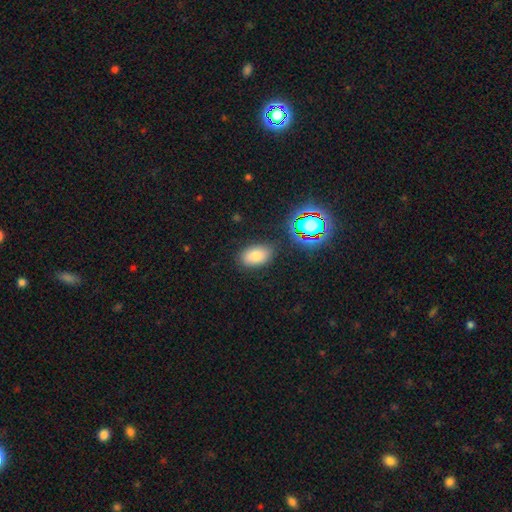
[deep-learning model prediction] Overall: smooth (76%). How rounded: in between (88%). Merging: none (82%).